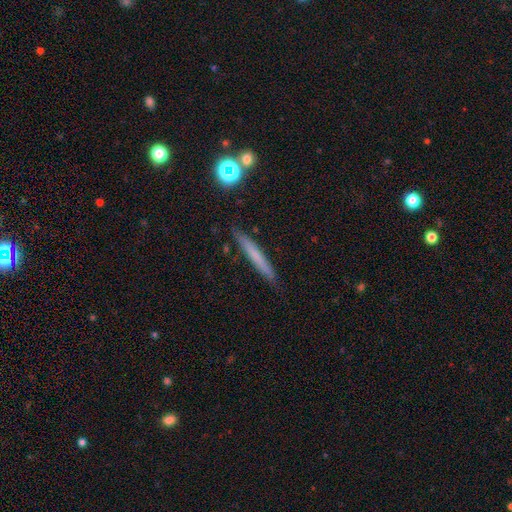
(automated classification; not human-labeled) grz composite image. It shows a smooth galaxy with no disk features (60%) that is cigar-shaped (96%). Merging: none (88%).